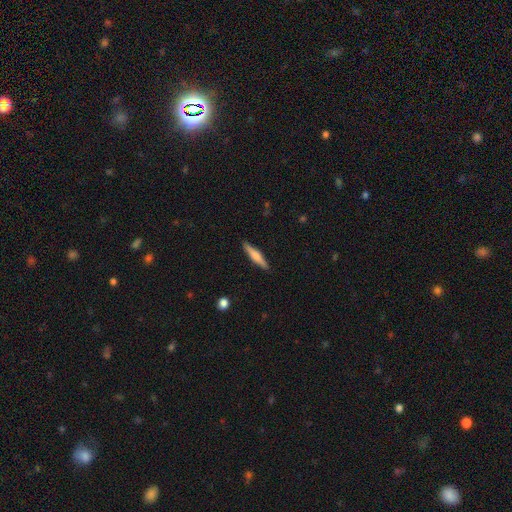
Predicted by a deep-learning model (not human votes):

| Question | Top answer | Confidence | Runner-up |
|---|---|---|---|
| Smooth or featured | smooth | 52% | featured or disk (42%) |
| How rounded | cigar-shaped | 87% | in between (11%) |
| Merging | none | 90% | minor disturbance (7%) |